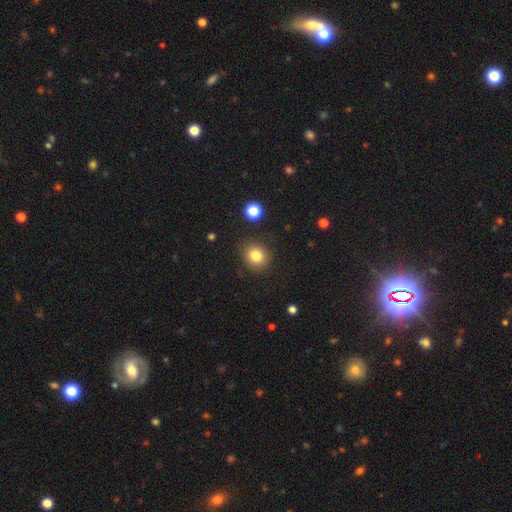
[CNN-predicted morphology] smooth_or_featured: smooth (p=0.81) [alt: star or artifact p=0.12]
how_rounded: round (p=0.79) [alt: in between p=0.21]
merging: none (p=0.86) [alt: minor disturbance p=0.09]